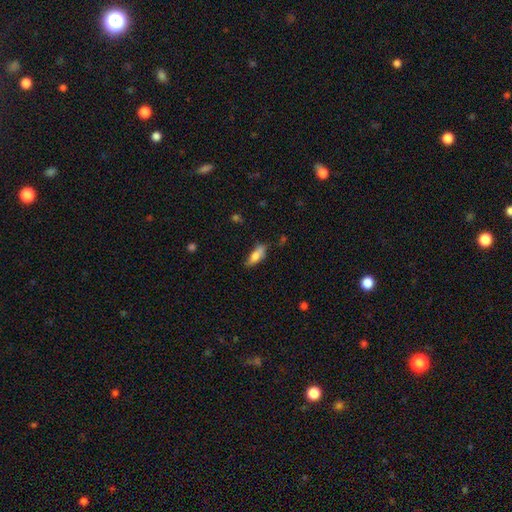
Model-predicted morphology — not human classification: A smooth galaxy with no disk features (74%) that is in between round and cigar-shaped (65%). Merging: none (62%).